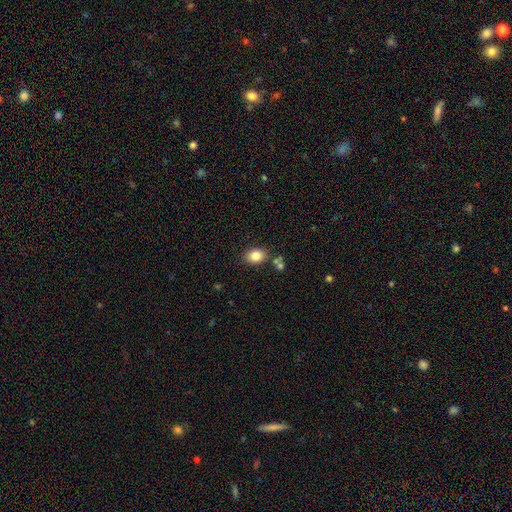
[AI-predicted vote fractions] The model was most divided on "how rounded": in between: 67%, round: 32%, cigar-shaped: 1%. More confident: smooth or featured — smooth (82%); merging — none (79%).